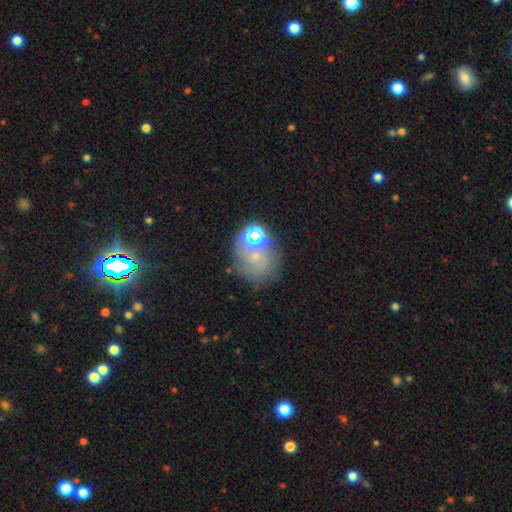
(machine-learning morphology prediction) smooth 43%, featured or disk 34%, star or artifact 23%. Down the decision tree: merging — none (54%).